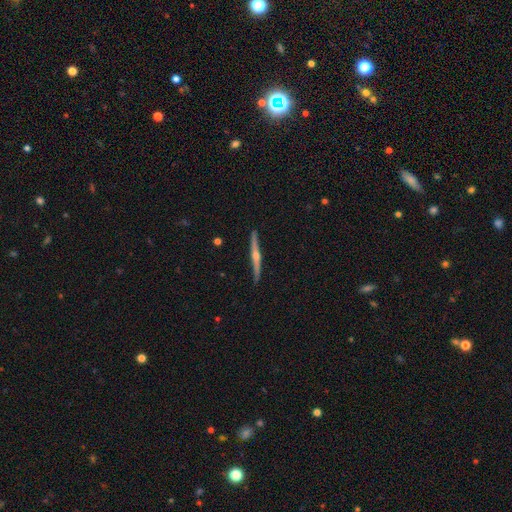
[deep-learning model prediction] smooth_or_featured: featured or disk (p=0.81) [alt: smooth p=0.14]
disk_edge_on: yes (p=0.98) [alt: no p=0.02]
edge_on_bulge: rounded (p=0.89) [alt: none p=0.07]
merging: none (p=0.90) [alt: minor disturbance p=0.08]